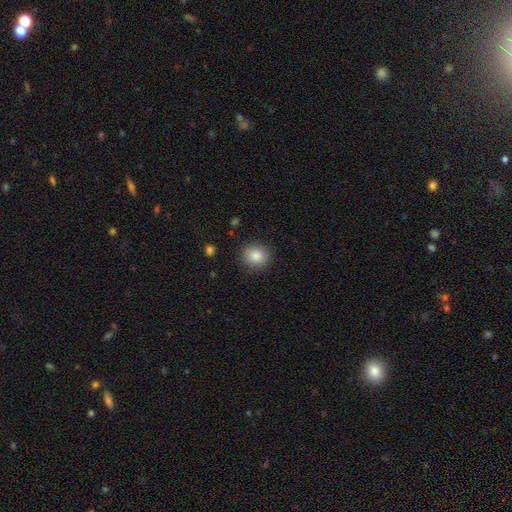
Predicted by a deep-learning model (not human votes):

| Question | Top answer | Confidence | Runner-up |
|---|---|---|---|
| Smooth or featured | smooth | 85% | star or artifact (9%) |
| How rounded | round | 74% | in between (25%) |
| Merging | none | 89% | minor disturbance (8%) |